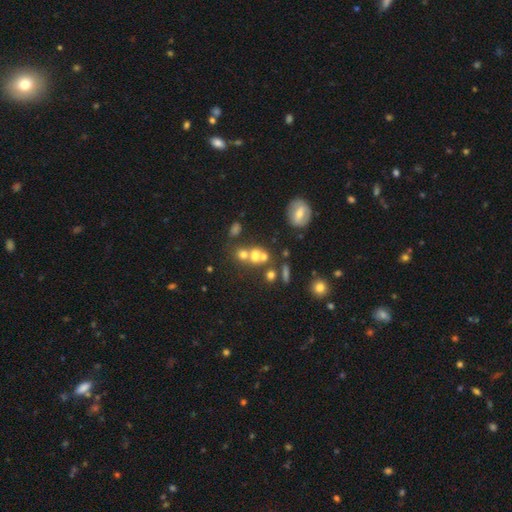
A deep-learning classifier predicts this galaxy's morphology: A smooth galaxy with no disk features (58%) that is round (71%).

Vote fractions:
- Smooth or featured? smooth: 58% / featured or disk: 24% / star or artifact: 19%
- How rounded? round: 71% / in between: 27% / cigar-shaped: 2%
- Merging? merger: 51% / none: 35% / minor disturbance: 8% / major disturbance: 5%